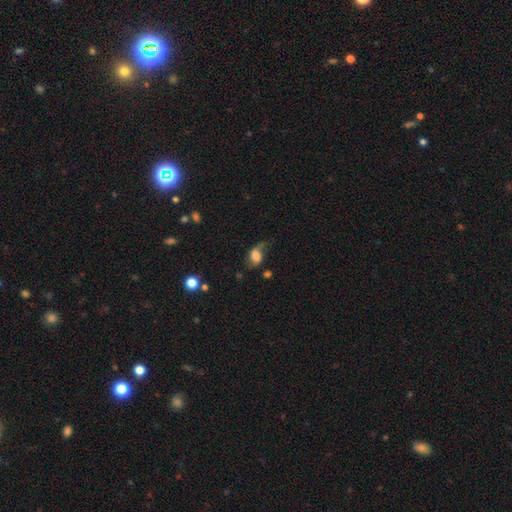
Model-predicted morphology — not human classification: Q: Smooth or featured?
A: smooth (58%); runner-up: featured or disk (31%)
Q: How rounded?
A: in between (74%); runner-up: round (24%)
Q: Merging?
A: major disturbance (36%); runner-up: none (31%)